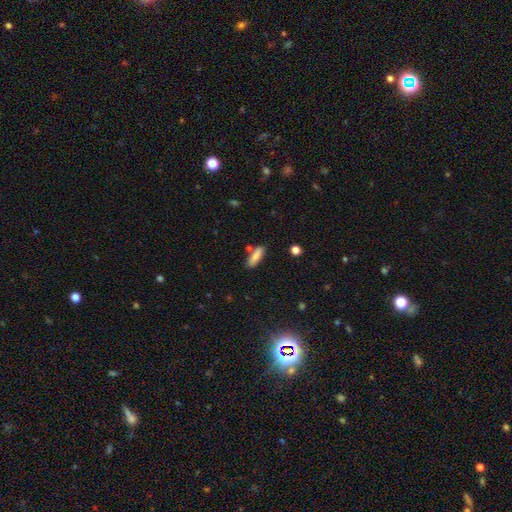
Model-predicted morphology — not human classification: smooth 84%, featured or disk 9%, star or artifact 7%. Down the decision tree: how rounded — cigar-shaped (49%, tied with in between); merging — none (77%).